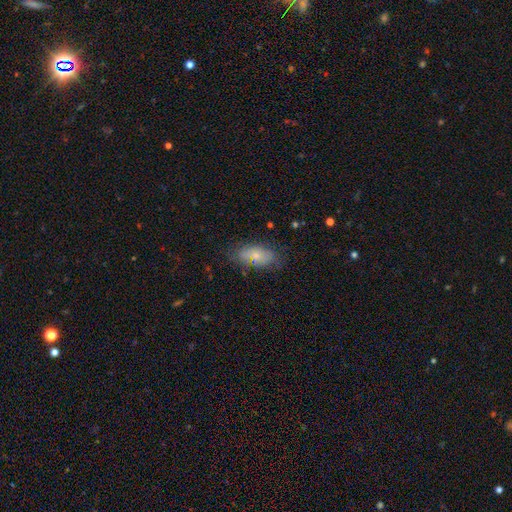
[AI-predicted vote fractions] smooth-or-featured: smooth: 73% | featured or disk: 19% | star or artifact: 8%
  how-rounded: in between: 86% | cigar-shaped: 10% | round: 4%
  merging: none: 71% | minor disturbance: 20% | major disturbance: 6% | merger: 3%